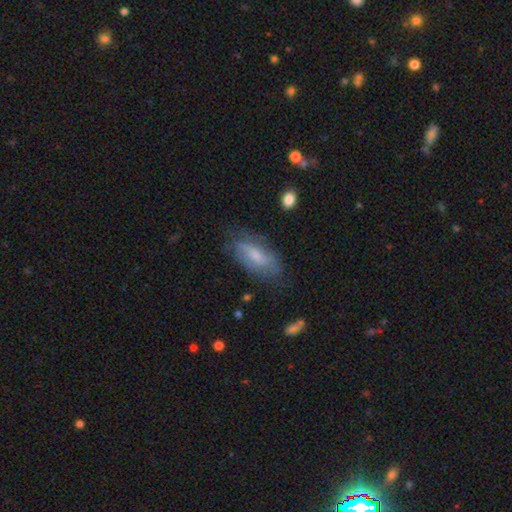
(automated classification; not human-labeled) Overall: smooth (49%; featured or disk 44%). Merging: none (67%).